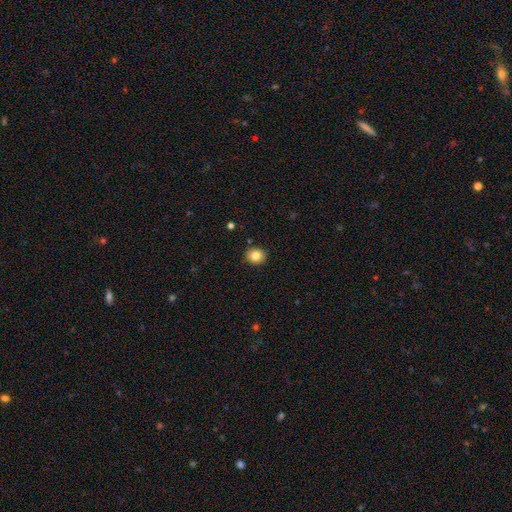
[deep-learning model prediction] A smooth galaxy with no disk features (82%) that is round (74%). Merging: none (90%).